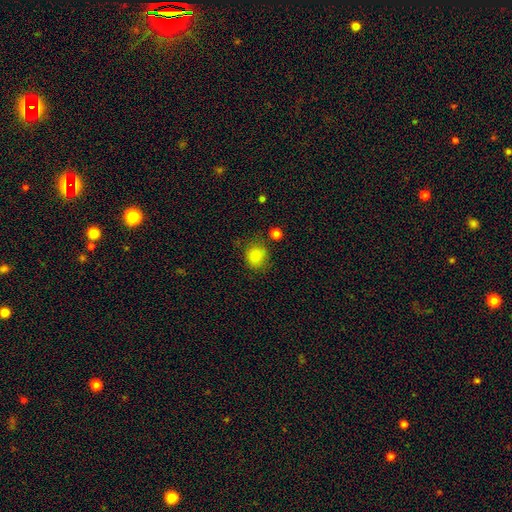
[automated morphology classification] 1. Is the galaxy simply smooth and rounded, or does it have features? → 85% smooth, 11% star or artifact, 5% featured or disk.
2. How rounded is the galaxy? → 72% round, 28% in between, 1% cigar-shaped.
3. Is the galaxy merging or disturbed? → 71% none, 18% minor disturbance, 7% major disturbance, 4% merger.